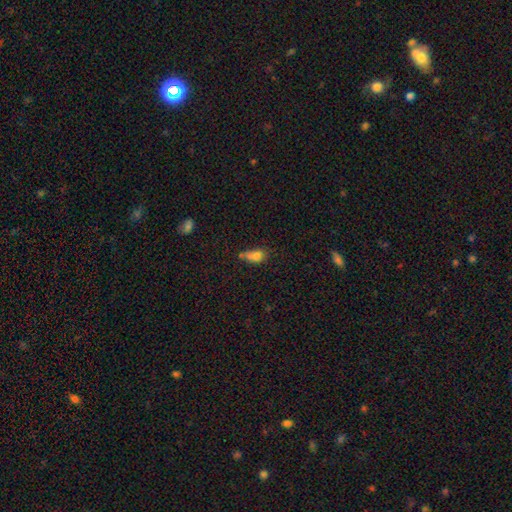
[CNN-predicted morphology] A smooth galaxy with no disk features (75%) that is in between round and cigar-shaped (75%). Merging: none (34%).